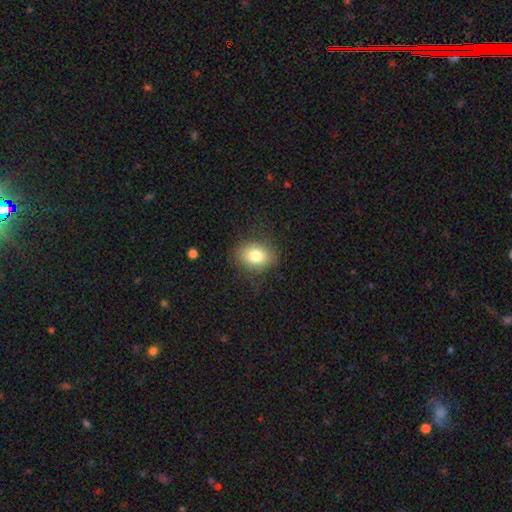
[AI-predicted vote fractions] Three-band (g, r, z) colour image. It shows a smooth galaxy with no disk features (80%) that is in between round and cigar-shaped (54%). Merging: none (79%).